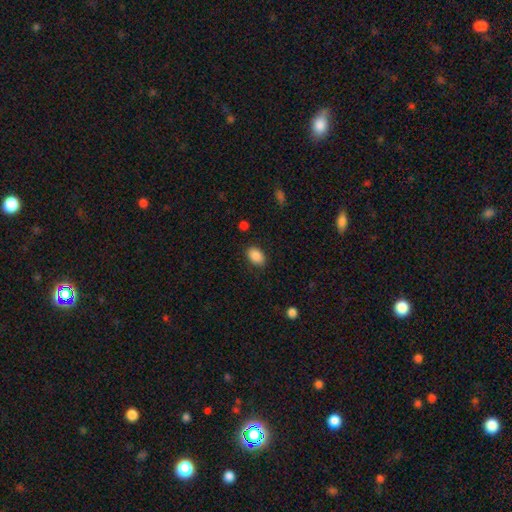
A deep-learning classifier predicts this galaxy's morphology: A smooth galaxy with no disk features (88%) that is in between round and cigar-shaped (83%). Merging: none (86%).